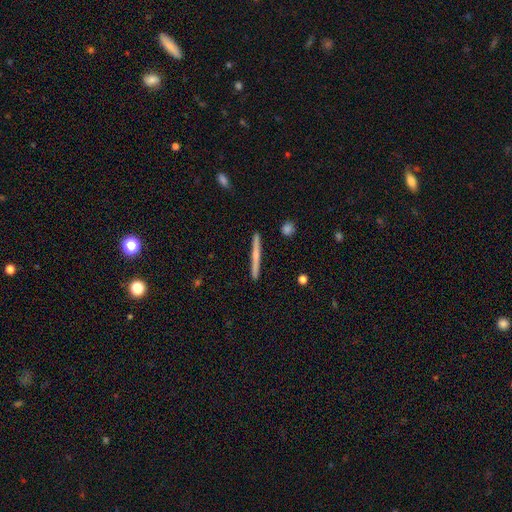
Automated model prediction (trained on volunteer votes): A featured or disk galaxy (56%) viewed edge-on (98%) with a rounded central bulge (52%).

Vote fractions:
- Smooth or featured? featured or disk: 56% / smooth: 38% / star or artifact: 6%
- Edge-on disk? yes: 98% / no: 2%
- Edge-on bulge? rounded: 52% / none: 42% / boxy: 6%
- Merging? none: 92% / minor disturbance: 6% / merger: 1% / major disturbance: 1%